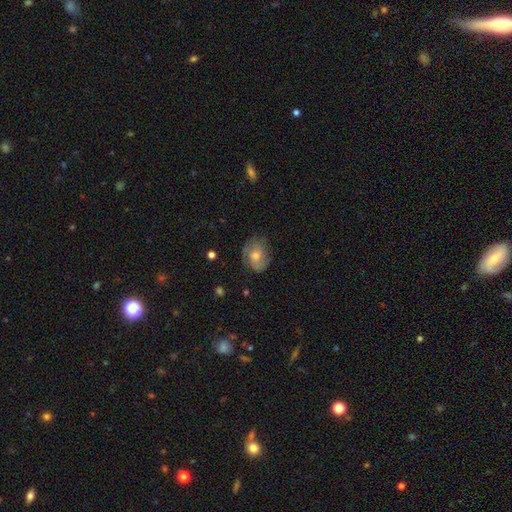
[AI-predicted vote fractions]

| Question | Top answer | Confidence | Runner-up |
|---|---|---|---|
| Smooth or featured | featured or disk | 57% | smooth (34%) |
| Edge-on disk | no | 96% | yes (4%) |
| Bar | no | 75% | weak (22%) |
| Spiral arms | yes | 83% | no (17%) |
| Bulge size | moderate | 60% | small (33%) |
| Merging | none | 72% | minor disturbance (20%) |